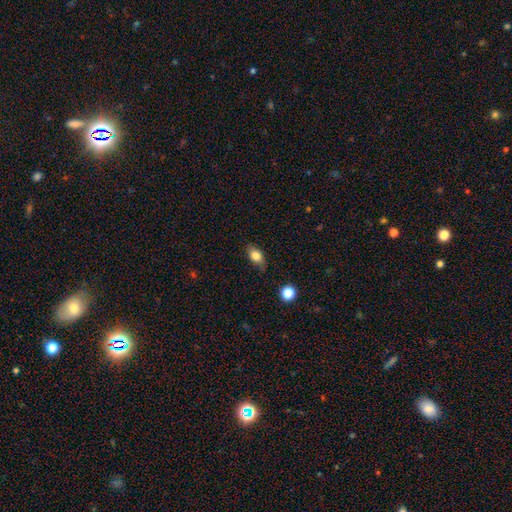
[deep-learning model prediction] Smooth or featured? smooth (80%)
How rounded? in between (81%)
Merging? none (76%)